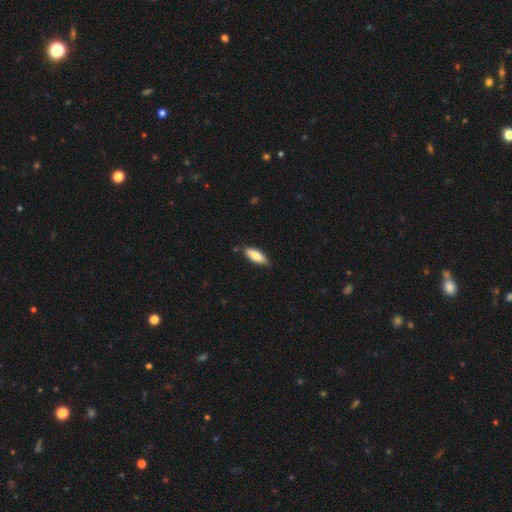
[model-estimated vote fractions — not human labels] smooth 77%, featured or disk 17%, star or artifact 6%. Down the decision tree: how rounded — in between (69%); merging — none (84%).